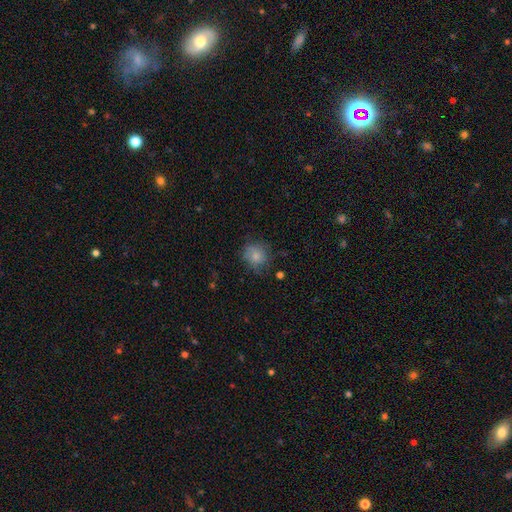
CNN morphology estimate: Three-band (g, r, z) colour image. It shows a smooth galaxy with no disk features (78%) that is round (76%). Merging: none (64%).